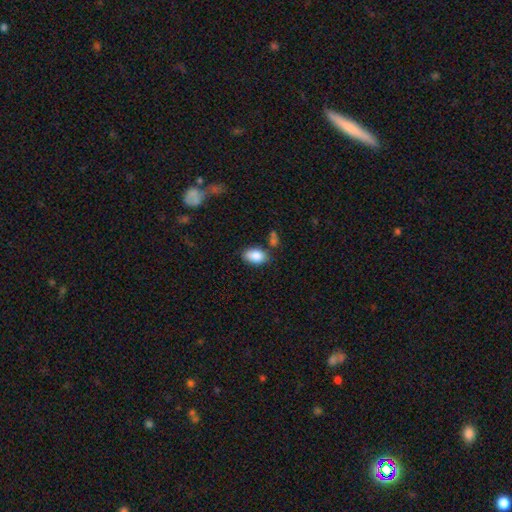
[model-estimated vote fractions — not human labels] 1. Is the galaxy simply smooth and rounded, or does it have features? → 87% smooth, 7% star or artifact, 6% featured or disk.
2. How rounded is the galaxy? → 90% in between, 8% round, 2% cigar-shaped.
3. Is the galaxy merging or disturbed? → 74% none, 16% minor disturbance, 7% merger, 4% major disturbance.